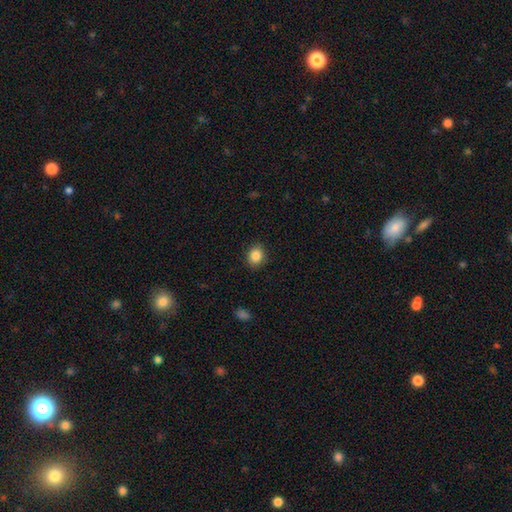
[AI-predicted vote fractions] smooth 86%, star or artifact 9%, featured or disk 5%. Down the decision tree: how rounded — round (63%); merging — none (89%).